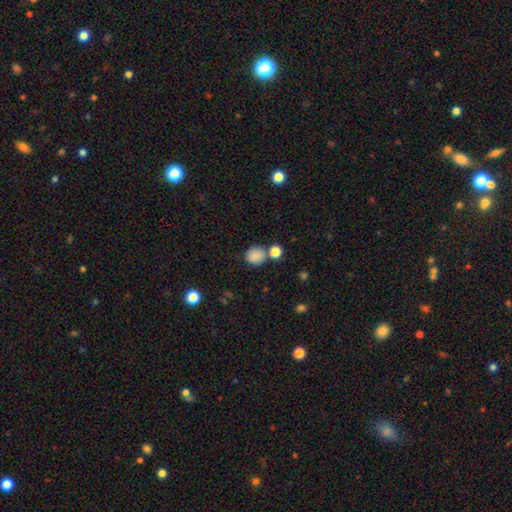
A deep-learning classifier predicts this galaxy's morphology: smooth 86%, star or artifact 10%, featured or disk 4%. Down the decision tree: how rounded — round (84%); merging — none (72%).